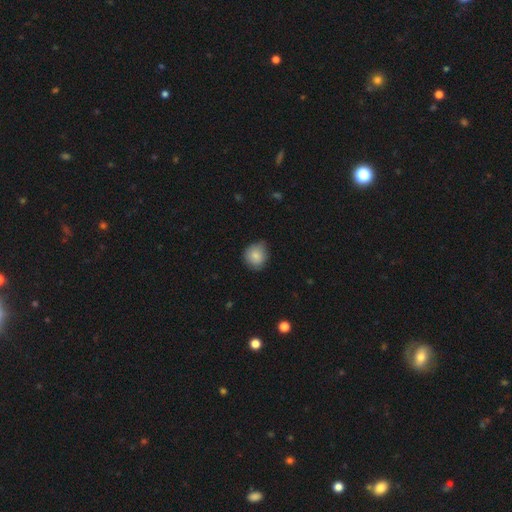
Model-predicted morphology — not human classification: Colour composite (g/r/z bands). It shows a smooth galaxy with no disk features (83%) that is round (84%). Merging: none (69%).